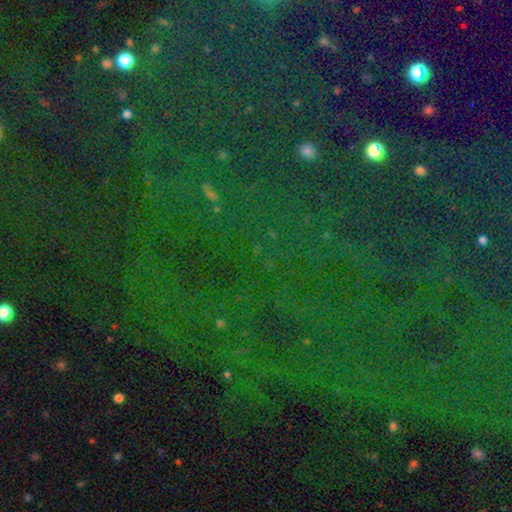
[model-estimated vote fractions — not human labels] Smooth or featured: star or artifact — 81% (smooth — 11%)